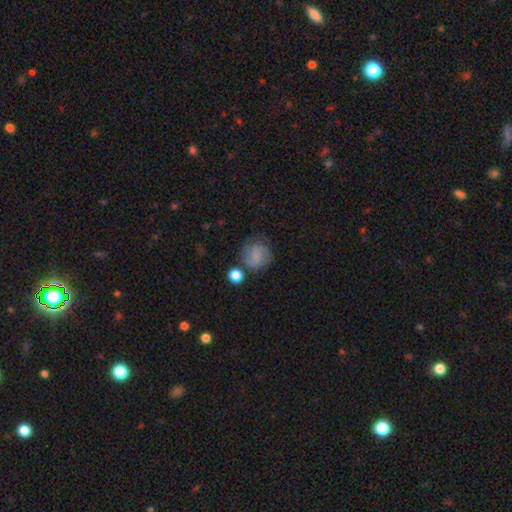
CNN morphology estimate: smooth-or-featured: smooth: 58% | featured or disk: 31% | star or artifact: 11%
  how-rounded: round: 82% | in between: 17% | cigar-shaped: 1%
  merging: none: 63% | minor disturbance: 20% | major disturbance: 10% | merger: 7%